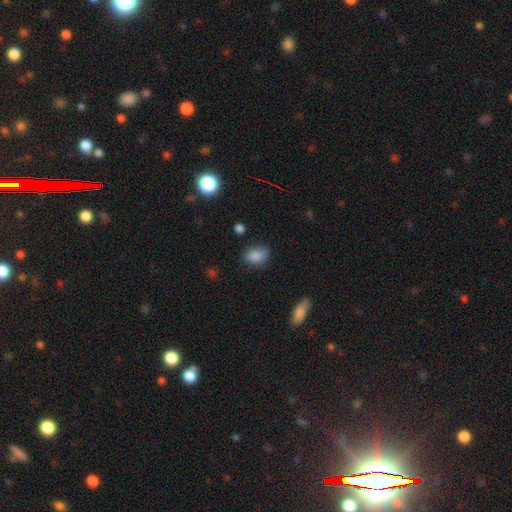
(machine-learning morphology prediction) Overall: smooth (85%). How rounded: in between (76%). Merging: none (70%).